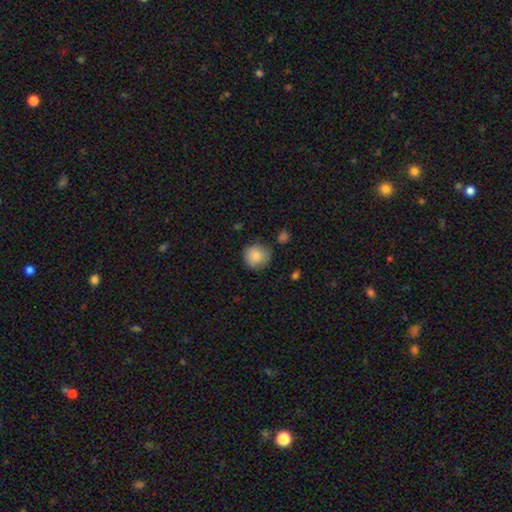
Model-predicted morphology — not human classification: The model was most divided on "merging": none: 74%, minor disturbance: 19%, major disturbance: 4%, merger: 4%. More confident: how rounded — round (90%); smooth or featured — smooth (86%).